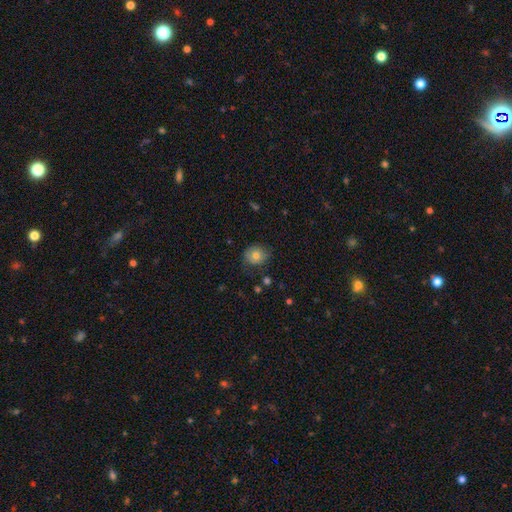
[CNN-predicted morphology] Smooth or featured? Predicted: smooth (p=0.74). How rounded? Predicted: round (p=0.81). Merging? Predicted: none (p=0.73).